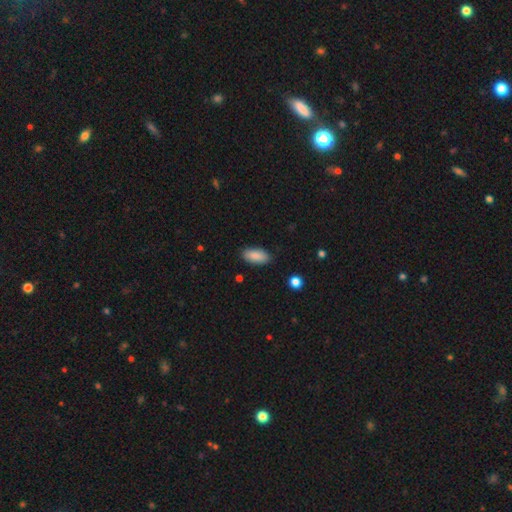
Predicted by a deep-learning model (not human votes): smooth 88%, star or artifact 6%, featured or disk 6%. Down the decision tree: how rounded — in between (91%); merging — none (87%).